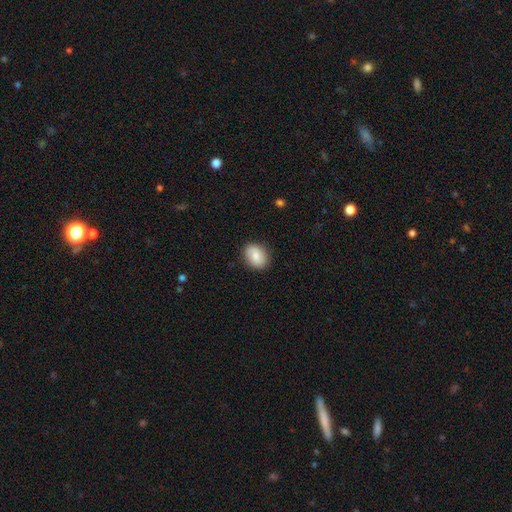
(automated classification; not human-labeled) Smooth or featured?
  - smooth: 80% *
  - featured or disk: 13%
  - star or artifact: 7%
How rounded?
  - in between: 64% *
  - round: 35%
  - cigar-shaped: 1%
Merging?
  - none: 86% *
  - minor disturbance: 11%
  - major disturbance: 2%
  - merger: 1%